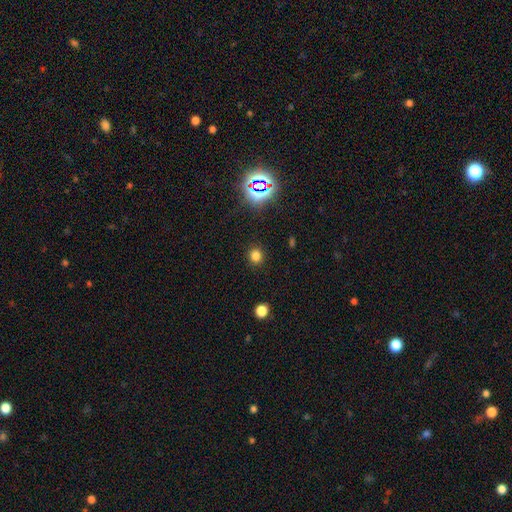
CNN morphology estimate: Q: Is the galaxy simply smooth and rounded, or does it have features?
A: smooth — 77%.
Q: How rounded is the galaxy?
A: round — 80%.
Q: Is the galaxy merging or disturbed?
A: none — 88%.